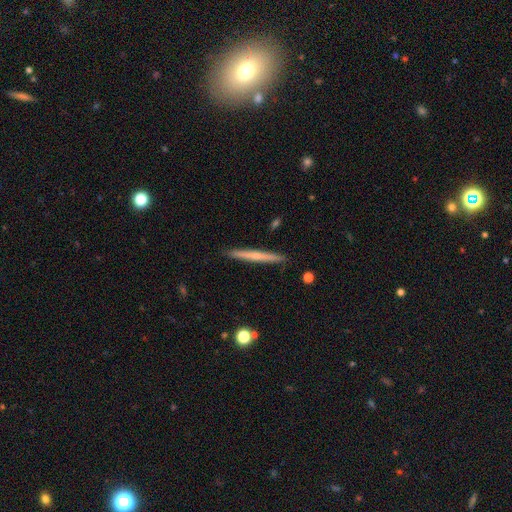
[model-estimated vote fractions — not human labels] Overall: smooth (48%; featured or disk 46%). Merging: none (92%).